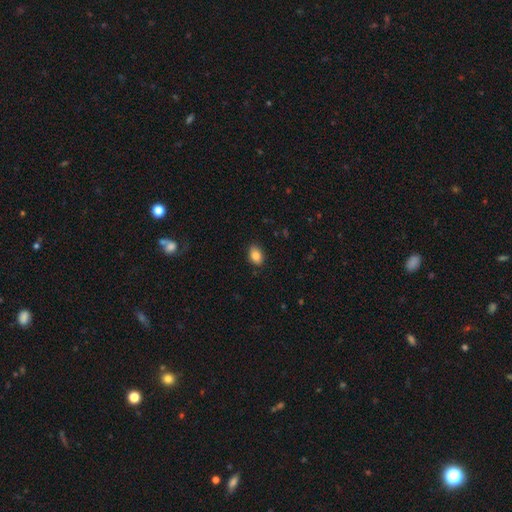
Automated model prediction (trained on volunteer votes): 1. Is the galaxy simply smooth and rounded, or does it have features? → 84% smooth, 9% star or artifact, 8% featured or disk.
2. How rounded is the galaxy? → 80% in between, 19% round, 1% cigar-shaped.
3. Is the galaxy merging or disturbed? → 86% none, 11% minor disturbance, 2% major disturbance, 1% merger.